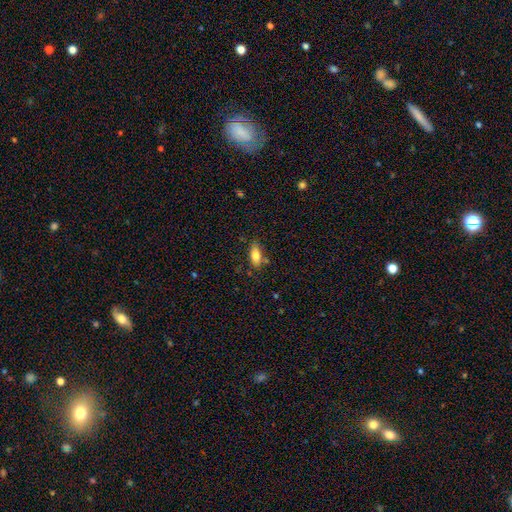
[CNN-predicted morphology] type=smooth (79%); roundness=in between (82%); merging=none (72%).